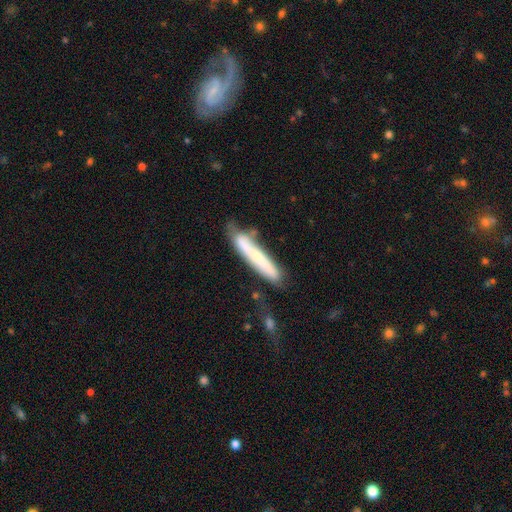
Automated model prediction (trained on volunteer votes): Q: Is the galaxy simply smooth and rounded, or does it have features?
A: smooth — 51%.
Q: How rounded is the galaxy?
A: cigar-shaped — 90%.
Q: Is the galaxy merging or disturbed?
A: none — 57%.